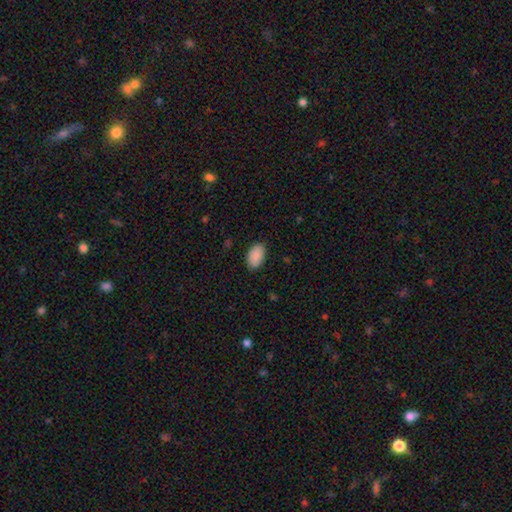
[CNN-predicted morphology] This appears to be a smooth galaxy with no disk features (90%) that is in between round and cigar-shaped (94%). Merging: none (87%).